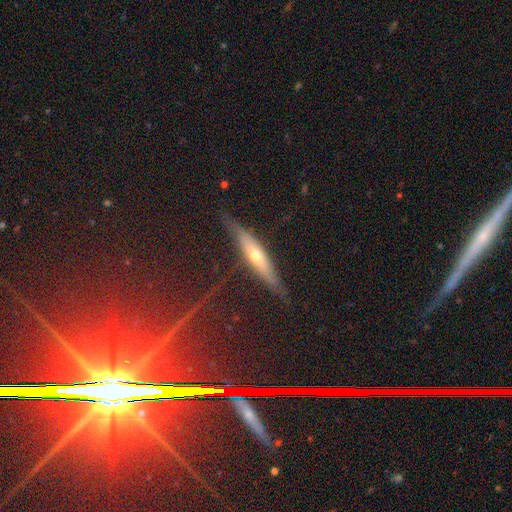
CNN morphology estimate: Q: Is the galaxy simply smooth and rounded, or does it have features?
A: featured or disk — 62%.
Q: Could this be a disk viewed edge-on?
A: yes — 86%.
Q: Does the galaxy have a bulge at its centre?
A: rounded — 78%.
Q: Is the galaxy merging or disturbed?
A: none — 77%.